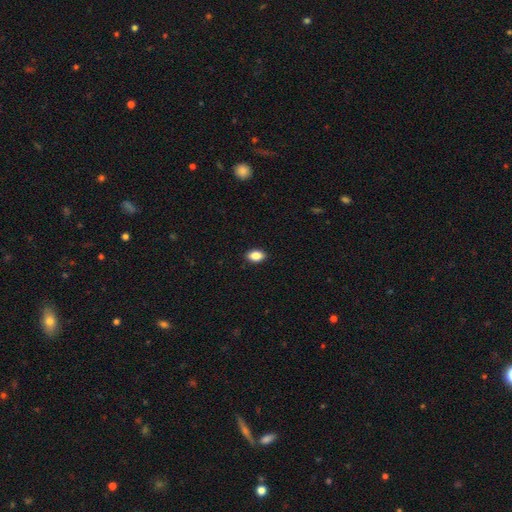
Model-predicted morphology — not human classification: smooth-or-featured: smooth: 87% | star or artifact: 8% | featured or disk: 5%
  how-rounded: in between: 87% | round: 11% | cigar-shaped: 2%
  merging: none: 90% | minor disturbance: 7% | major disturbance: 2% | merger: 1%